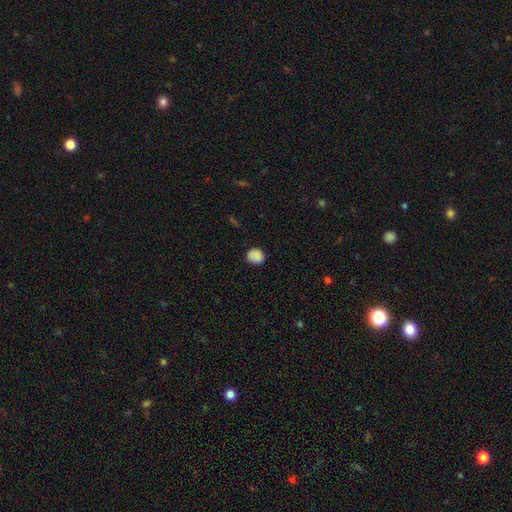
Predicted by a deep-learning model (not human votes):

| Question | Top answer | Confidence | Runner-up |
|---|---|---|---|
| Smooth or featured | smooth | 86% | star or artifact (9%) |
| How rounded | round | 78% | in between (21%) |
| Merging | none | 81% | minor disturbance (15%) |